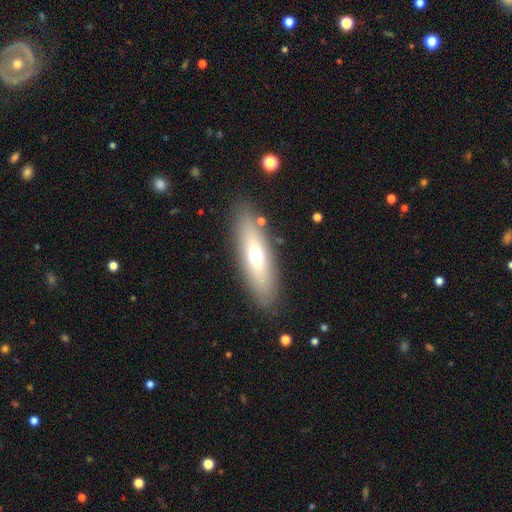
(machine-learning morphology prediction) A smooth galaxy with no disk features (59%) that is in between round and cigar-shaped (50%).

Vote fractions:
- Smooth or featured? smooth: 59% / featured or disk: 33% / star or artifact: 8%
- How rounded? in between: 50% / cigar-shaped: 48% / round: 3%
- Merging? none: 85% / minor disturbance: 9% / major disturbance: 4% / merger: 2%